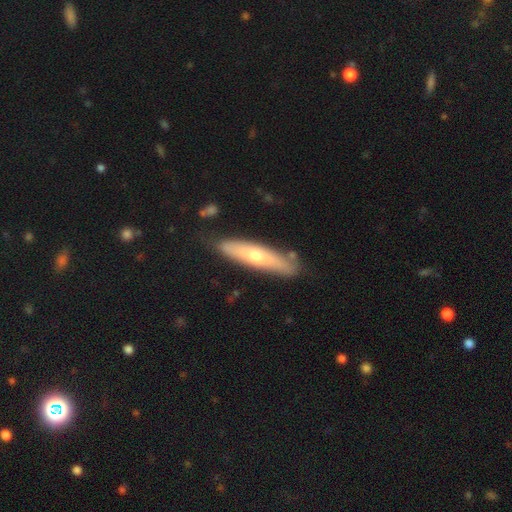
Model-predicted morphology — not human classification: Smooth or featured?
  - smooth: 48% *
  - featured or disk: 46%
  - star or artifact: 6%
Merging?
  - none: 80% *
  - minor disturbance: 15%
  - merger: 3%
  - major disturbance: 3%